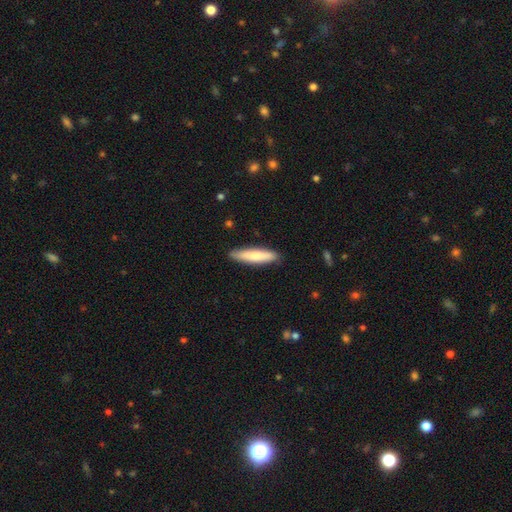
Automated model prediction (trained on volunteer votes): A smooth galaxy with no disk features (78%) that is cigar-shaped (80%). Merging: none (87%).